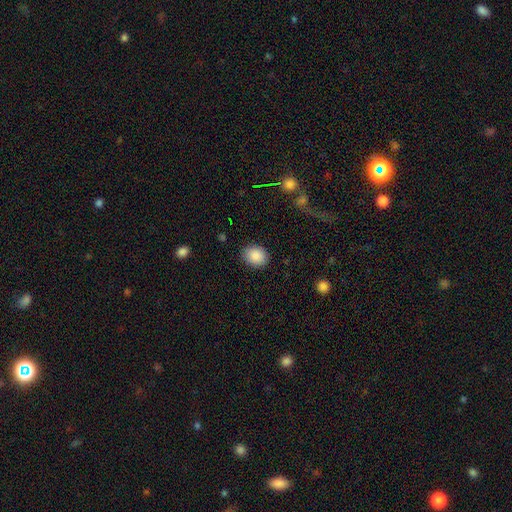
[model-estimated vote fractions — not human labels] This appears to be a smooth galaxy with no disk features (88%) that is round (50%). Merging: none (87%).